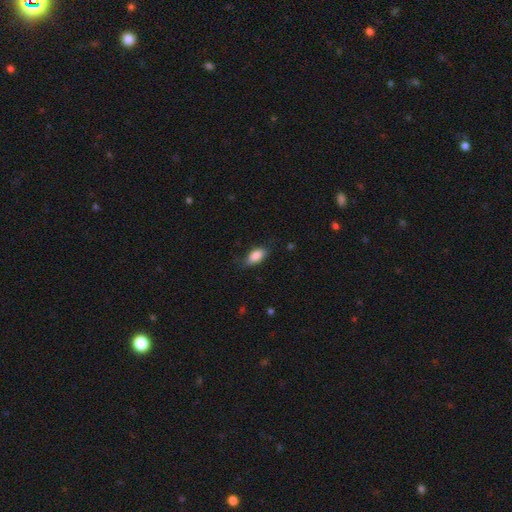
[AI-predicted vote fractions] The model was most divided on "merging": none: 74%, minor disturbance: 20%, major disturbance: 4%, merger: 1%. More confident: how rounded — in between (89%); smooth or featured — smooth (85%).